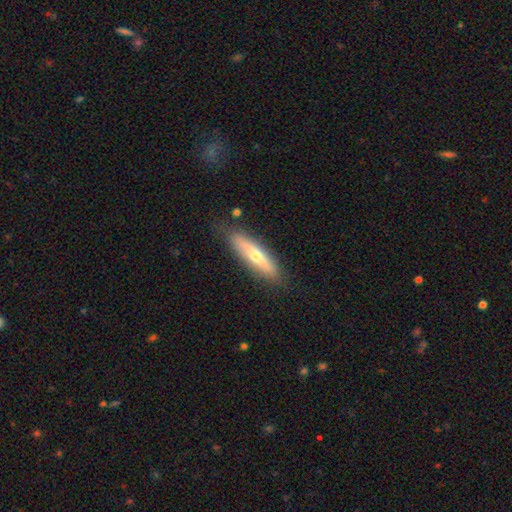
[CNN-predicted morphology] type=smooth (48%); merging=none (83%).